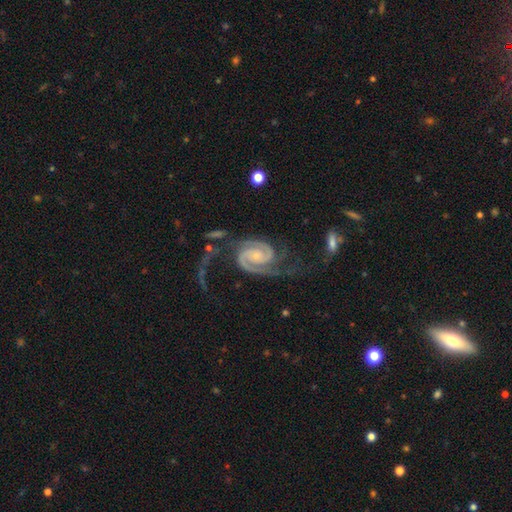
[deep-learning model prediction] Smooth or featured? featured or disk (93%)
Edge-on disk? no (98%)
Bar? no (57%)
Spiral arms? yes (99%)
Spiral winding? tight (44%, tied with medium)
Spiral arm count? 2 (92%)
Bulge size? small (64%)
Merging? none (45%)